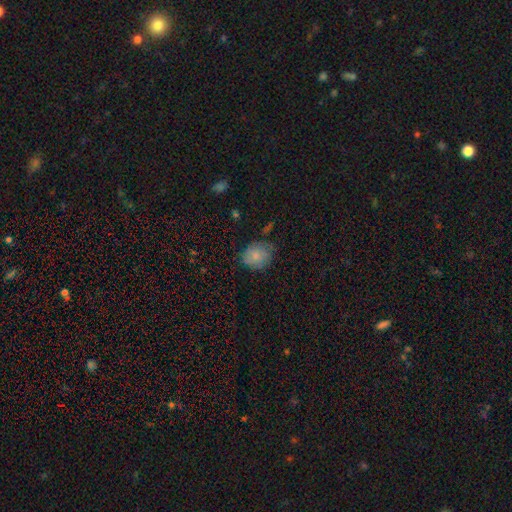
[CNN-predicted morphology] The model was most divided on "how rounded": round: 62%, in between: 37%, cigar-shaped: 1%. More confident: smooth or featured — smooth (80%); merging — none (67%).